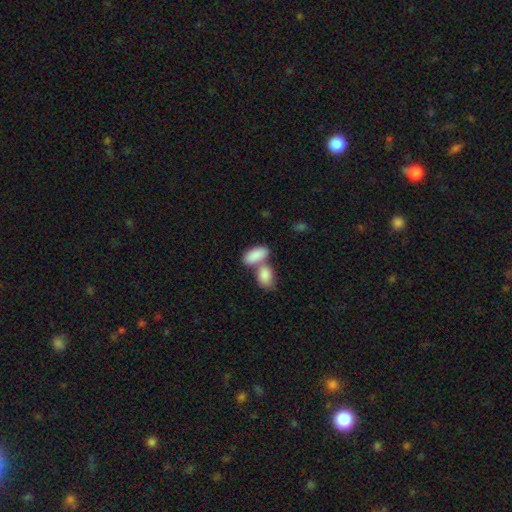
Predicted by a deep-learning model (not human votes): Smooth or featured? smooth (87%)
How rounded? in between (93%)
Merging? merger (53%)